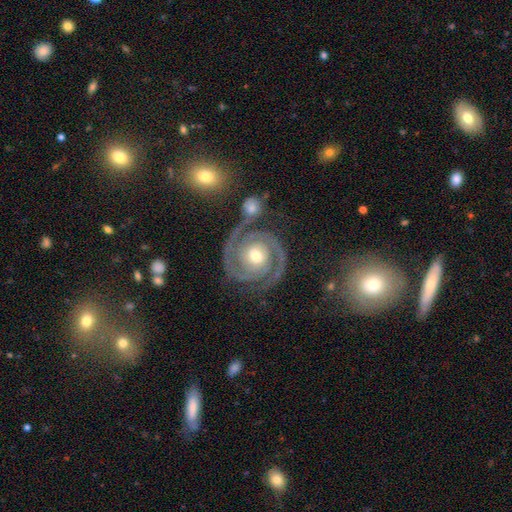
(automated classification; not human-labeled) smooth_or_featured: featured or disk (p=0.93) [alt: star or artifact p=0.04]
disk_edge_on: no (p=0.98) [alt: yes p=0.02]
bar: no (p=0.69) [alt: weak p=0.21]
has_spiral_arms: yes (p=0.98) [alt: no p=0.02]
spiral_winding: tight (p=0.73) [alt: medium p=0.24]
spiral_arm_count: 2 (p=0.93) [alt: 3 p=0.02]
bulge_size: moderate (p=0.74) [alt: small p=0.17]
merging: none (p=0.75) [alt: minor disturbance p=0.12]